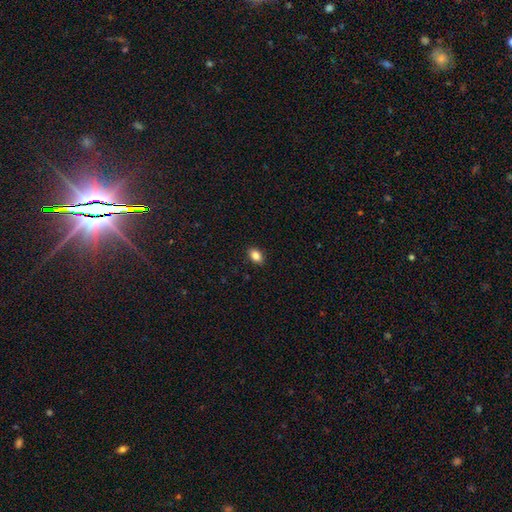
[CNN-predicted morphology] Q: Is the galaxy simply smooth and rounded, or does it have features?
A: smooth — 87%.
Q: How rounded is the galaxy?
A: in between — 85%.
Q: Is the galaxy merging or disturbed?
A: none — 90%.